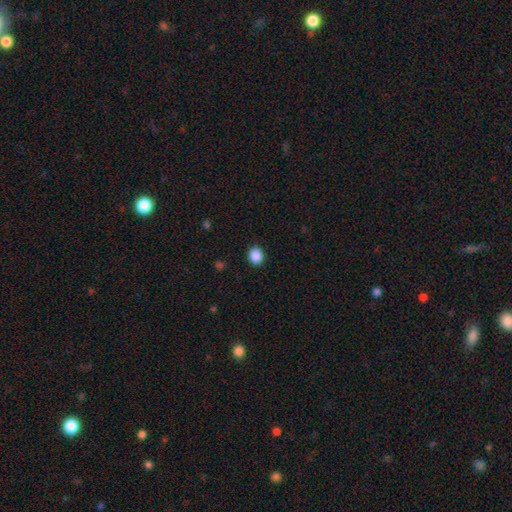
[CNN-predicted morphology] smooth 88%, star or artifact 9%, featured or disk 3%. Down the decision tree: how rounded — round (70%); merging — none (91%).